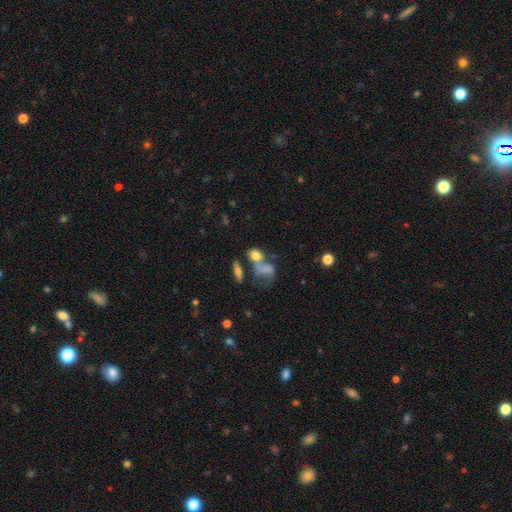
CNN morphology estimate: Smooth or featured?
  - smooth: 69% *
  - featured or disk: 19%
  - star or artifact: 12%
How rounded?
  - in between: 55% *
  - round: 41%
  - cigar-shaped: 4%
Merging?
  - merger: 41% *
  - none: 32%
  - major disturbance: 14%
  - minor disturbance: 13%